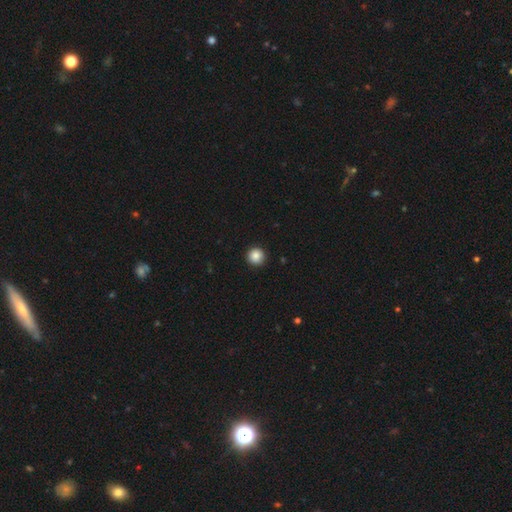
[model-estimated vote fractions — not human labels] This is clearly a smooth galaxy (87%). How rounded: clearly round (96%). Merging: clearly none (93%).